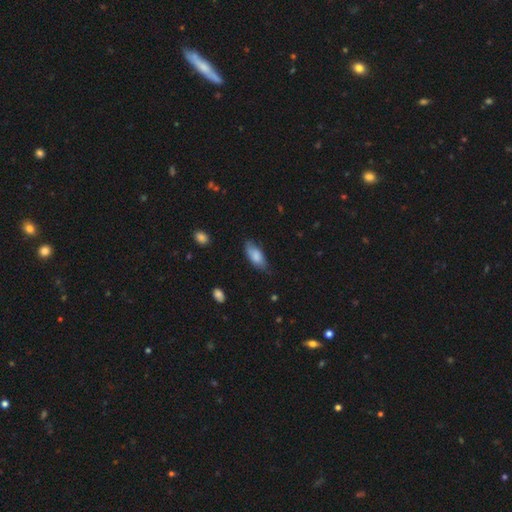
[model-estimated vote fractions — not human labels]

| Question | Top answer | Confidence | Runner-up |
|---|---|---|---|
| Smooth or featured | smooth | 78% | featured or disk (16%) |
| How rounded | in between | 83% | cigar-shaped (15%) |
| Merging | none | 67% | minor disturbance (26%) |